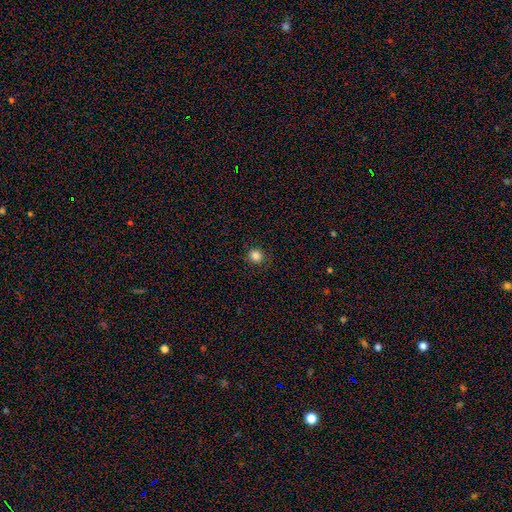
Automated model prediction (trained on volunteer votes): Q: Smooth or featured?
A: smooth (84%); runner-up: star or artifact (12%)
Q: How rounded?
A: round (92%); runner-up: in between (7%)
Q: Merging?
A: none (91%); runner-up: minor disturbance (6%)